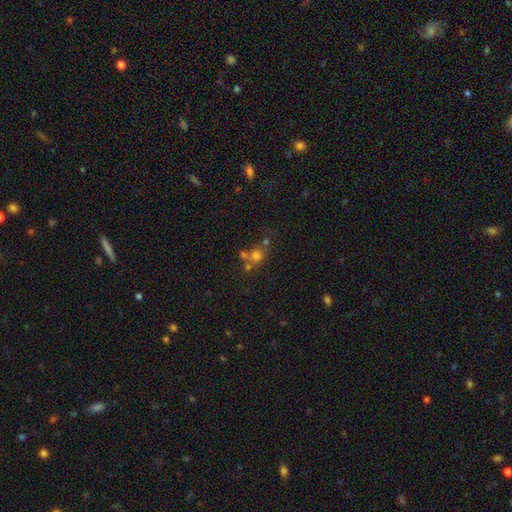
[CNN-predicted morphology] smooth 61%, star or artifact 21%, featured or disk 18%. Down the decision tree: how rounded — round (81%); merging — none (46%).